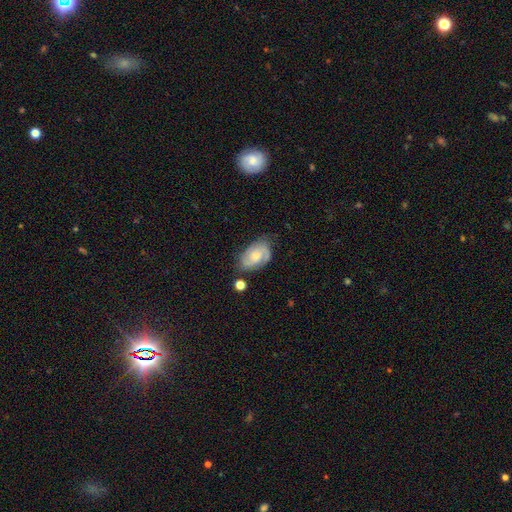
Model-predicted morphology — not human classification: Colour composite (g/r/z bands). It shows a featured or disk galaxy (70%) with no bar (66%), 2 (64%) tight (48%) spiral arms (93%) and a small central bulge (50%). Merging: none (65%).